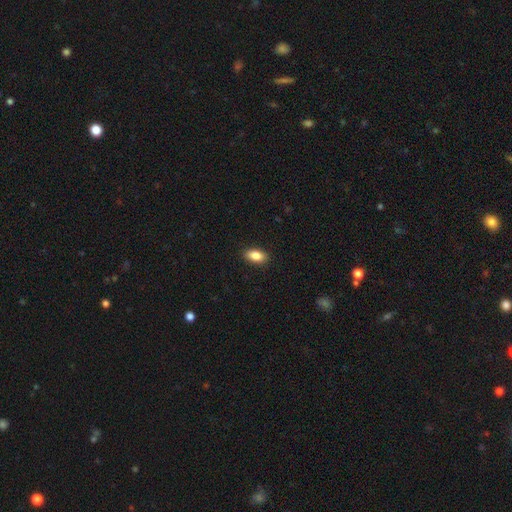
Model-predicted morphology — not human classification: Smooth or featured? Predicted: smooth (p=0.86). How rounded? Predicted: in between (p=0.91). Merging? Predicted: none (p=0.89).